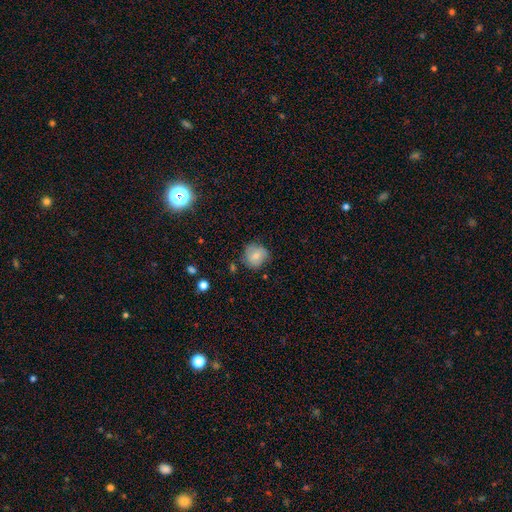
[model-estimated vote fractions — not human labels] smooth 73%, featured or disk 17%, star or artifact 10%. Down the decision tree: how rounded — round (86%); merging — none (71%).